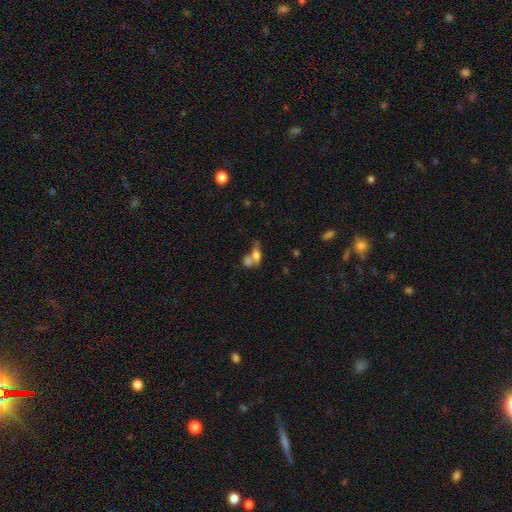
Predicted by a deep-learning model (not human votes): The model was most divided on "merging": merger: 54%, none: 26%, minor disturbance: 11%, major disturbance: 9%. More confident: how rounded — in between (71%); smooth or featured — smooth (60%).